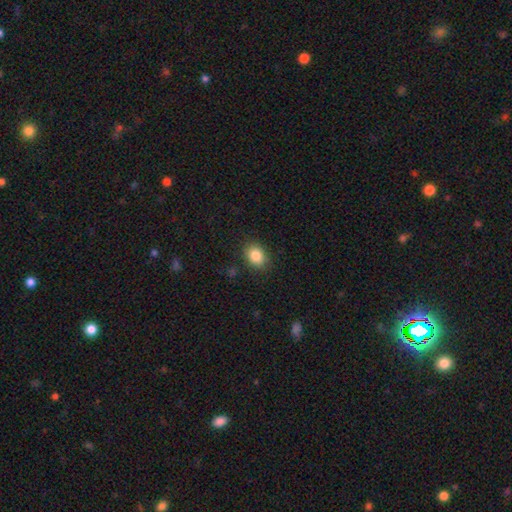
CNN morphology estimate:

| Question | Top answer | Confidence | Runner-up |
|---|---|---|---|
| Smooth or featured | smooth | 84% | star or artifact (9%) |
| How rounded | in between | 63% | round (36%) |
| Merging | none | 87% | minor disturbance (10%) |